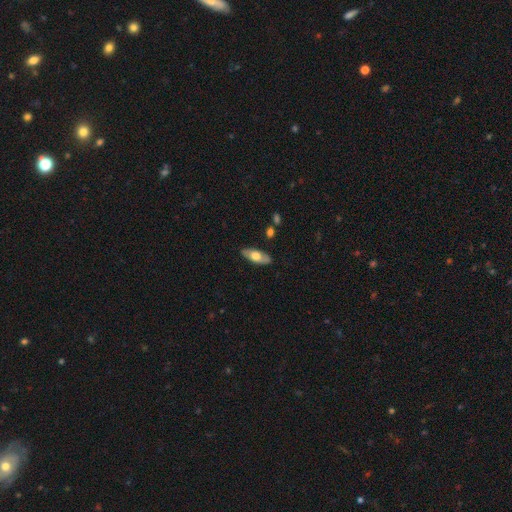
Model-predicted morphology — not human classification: smooth 57%, featured or disk 37%, star or artifact 6%. Down the decision tree: how rounded — in between (79%); merging — none (84%).